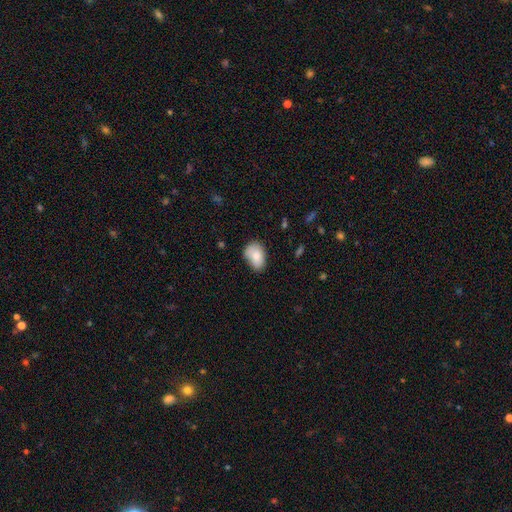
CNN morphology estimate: Smooth or featured? smooth (83%)
How rounded? in between (82%)
Merging? none (58%)